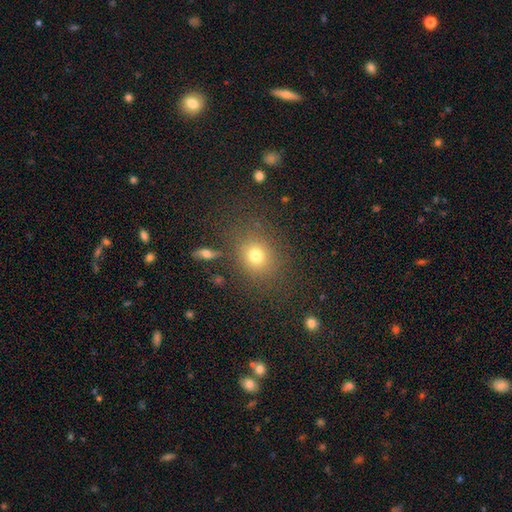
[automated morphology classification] A smooth galaxy with no disk features (75%) that is round (67%).

Vote fractions:
- Smooth or featured? smooth: 75% / star or artifact: 16% / featured or disk: 10%
- How rounded? round: 67% / in between: 32% / cigar-shaped: 1%
- Merging? none: 79% / minor disturbance: 11% / major disturbance: 6% / merger: 4%